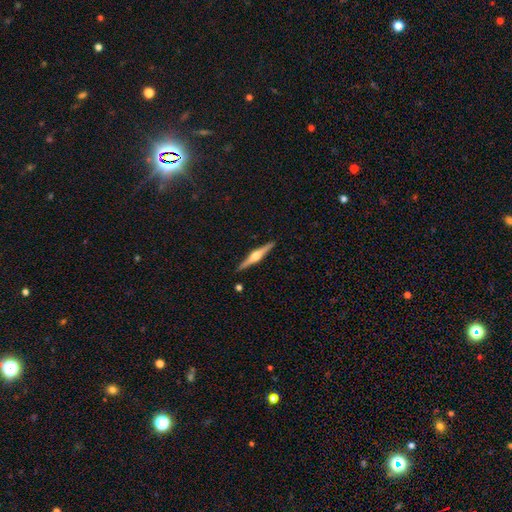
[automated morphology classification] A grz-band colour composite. It shows a featured or disk galaxy (77%) viewed edge-on (98%) with a rounded central bulge (93%). Merging: none (91%).